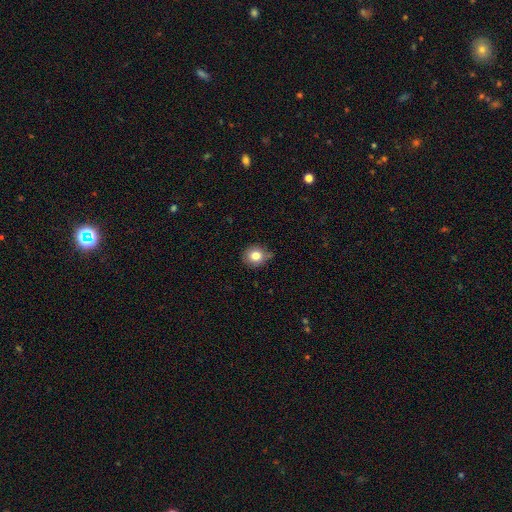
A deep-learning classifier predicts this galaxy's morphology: Smooth or featured?
  - smooth: 81% *
  - star or artifact: 11%
  - featured or disk: 9%
How rounded?
  - round: 82% *
  - in between: 17%
  - cigar-shaped: 1%
Merging?
  - none: 77% *
  - minor disturbance: 19%
  - major disturbance: 3%
  - merger: 2%